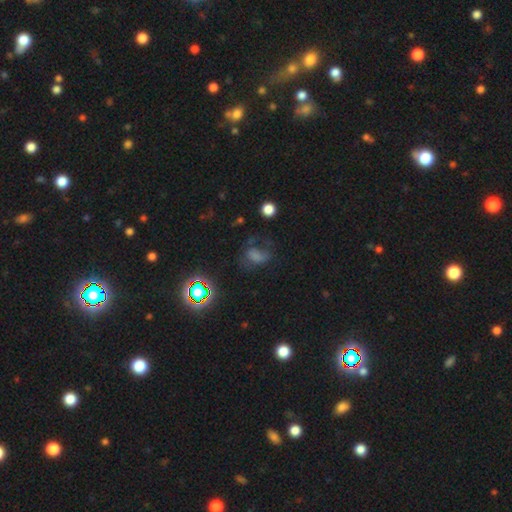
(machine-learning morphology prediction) Q: Smooth or featured?
A: smooth (37%); runner-up: star or artifact (34%)
Q: Merging?
A: none (46%); runner-up: major disturbance (28%)